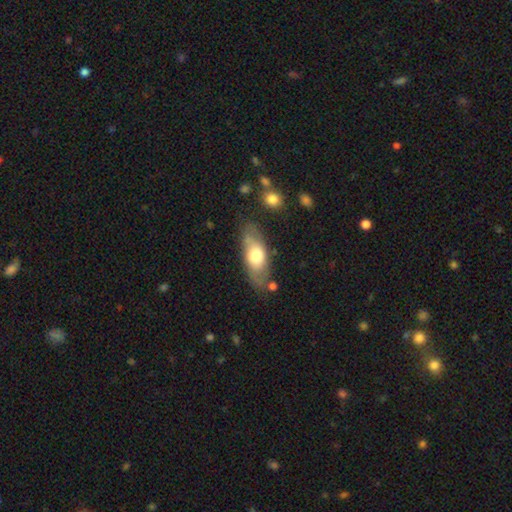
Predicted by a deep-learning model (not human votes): This appears to be a smooth galaxy with no disk features (59%) that is in between round and cigar-shaped (77%). Merging: none (71%).